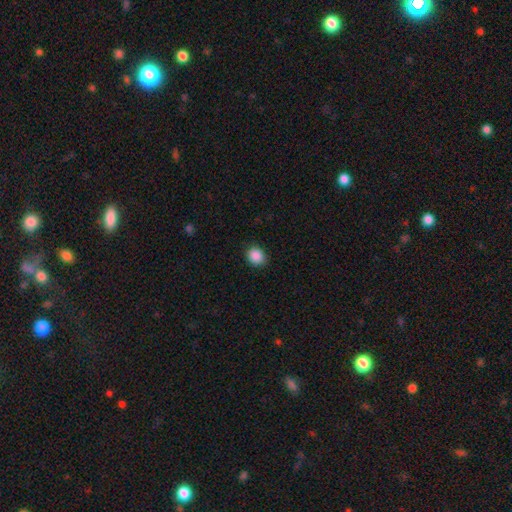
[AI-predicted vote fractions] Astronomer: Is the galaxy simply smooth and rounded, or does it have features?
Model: smooth — 88%.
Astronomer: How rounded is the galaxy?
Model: round — 61% (runner-up: in between, 38%).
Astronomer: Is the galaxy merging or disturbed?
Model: none — 86%.